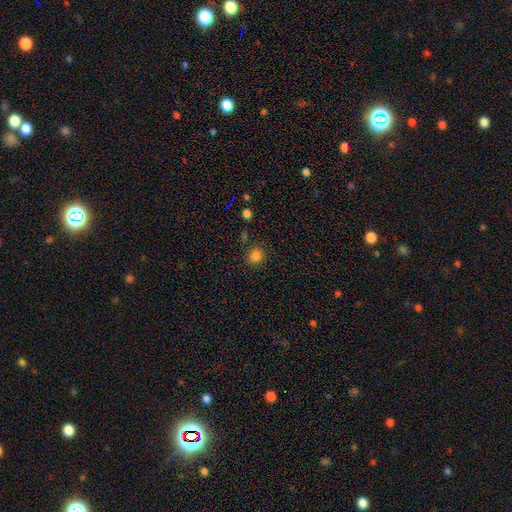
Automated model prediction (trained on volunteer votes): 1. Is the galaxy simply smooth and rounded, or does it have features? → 82% smooth, 14% star or artifact, 5% featured or disk.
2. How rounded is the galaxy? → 84% round, 16% in between, 1% cigar-shaped.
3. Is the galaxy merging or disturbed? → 84% none, 10% minor disturbance, 3% merger, 3% major disturbance.